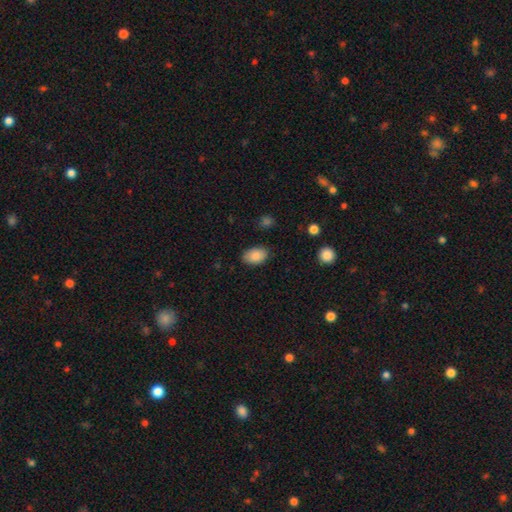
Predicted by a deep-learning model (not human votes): Q: Smooth or featured?
A: smooth (88%); runner-up: star or artifact (7%)
Q: How rounded?
A: in between (89%); runner-up: round (10%)
Q: Merging?
A: none (84%); runner-up: minor disturbance (12%)